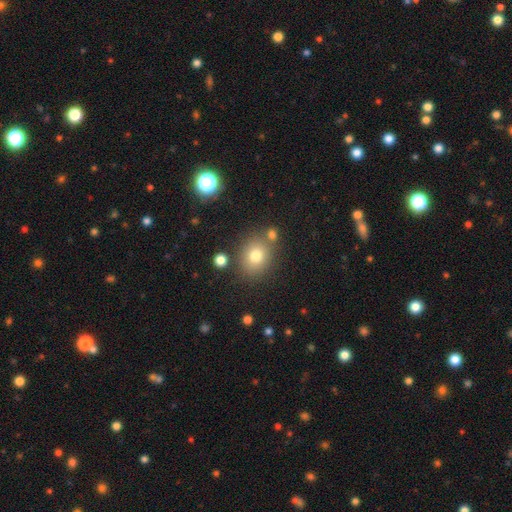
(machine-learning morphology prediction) Smooth or featured?
  - smooth: 77% *
  - star or artifact: 13%
  - featured or disk: 11%
How rounded?
  - round: 62% *
  - in between: 37%
  - cigar-shaped: 1%
Merging?
  - none: 74% *
  - minor disturbance: 12%
  - merger: 10%
  - major disturbance: 4%